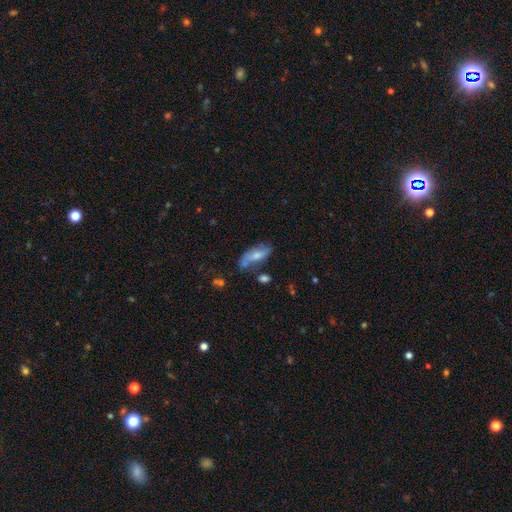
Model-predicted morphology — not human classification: Q: Smooth or featured?
A: smooth (54%); runner-up: featured or disk (38%)
Q: How rounded?
A: in between (75%); runner-up: cigar-shaped (22%)
Q: Merging?
A: none (52%); runner-up: minor disturbance (26%)